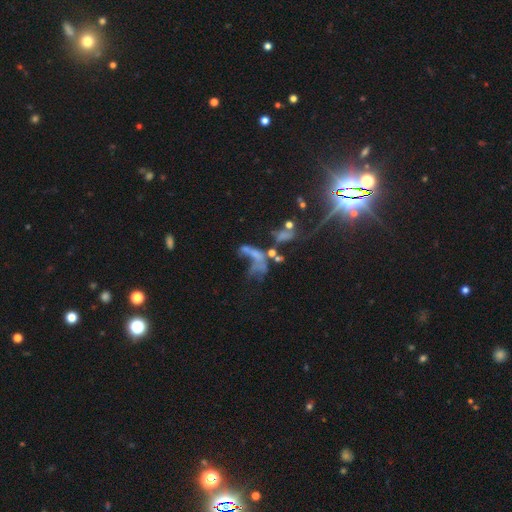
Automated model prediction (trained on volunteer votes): The model was most divided on "merging": merger: 42%, major disturbance: 33%, none: 17%, minor disturbance: 9%. Remaining: smooth or featured — featured or disk (45%).